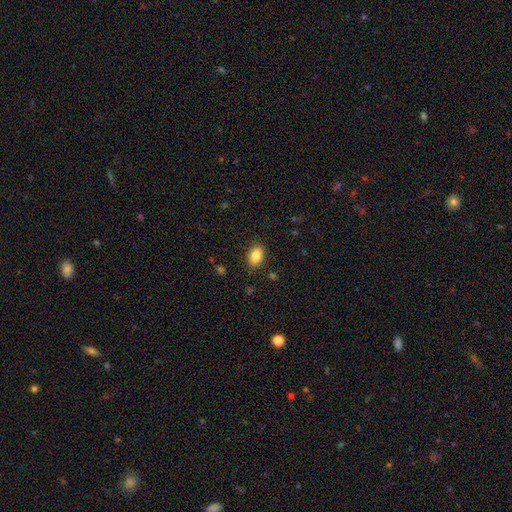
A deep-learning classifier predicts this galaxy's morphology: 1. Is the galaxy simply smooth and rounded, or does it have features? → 86% smooth, 8% star or artifact, 6% featured or disk.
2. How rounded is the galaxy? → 86% in between, 13% round, 1% cigar-shaped.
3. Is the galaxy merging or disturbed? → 87% none, 10% minor disturbance, 3% major disturbance, 1% merger.